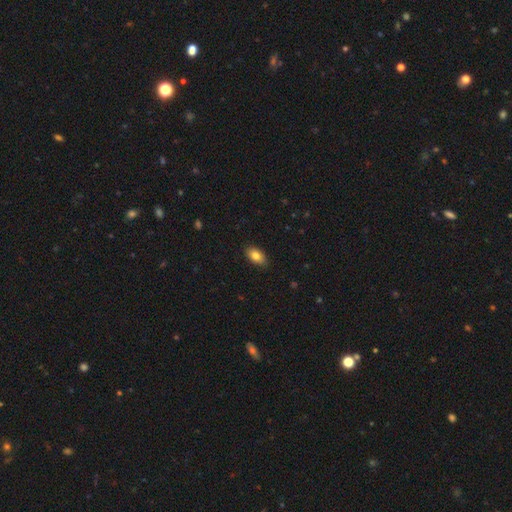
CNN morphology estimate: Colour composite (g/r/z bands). It shows a smooth galaxy with no disk features (82%) that is in between round and cigar-shaped (91%). Merging: none (88%).